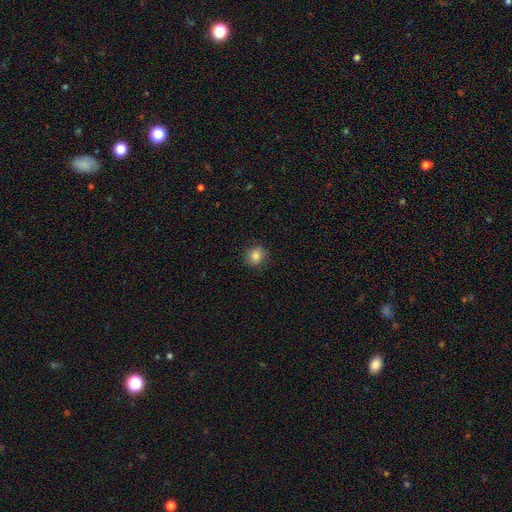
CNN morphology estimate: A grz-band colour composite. It shows a smooth galaxy with no disk features (84%) that is round (80%). Merging: none (86%).